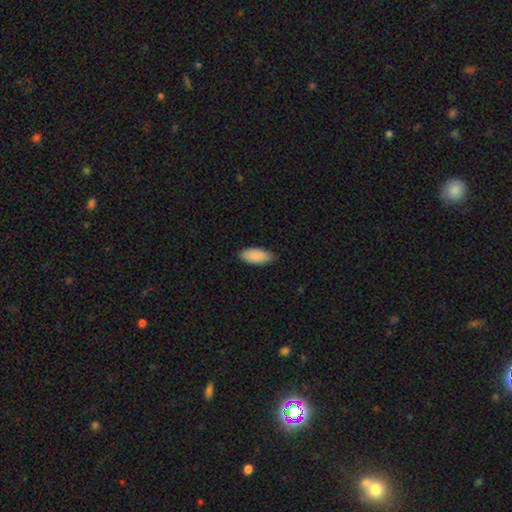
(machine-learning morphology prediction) The model was most divided on "merging": none: 80%, minor disturbance: 17%, major disturbance: 2%, merger: 1%. More confident: how rounded — in between (90%); smooth or featured — smooth (89%).